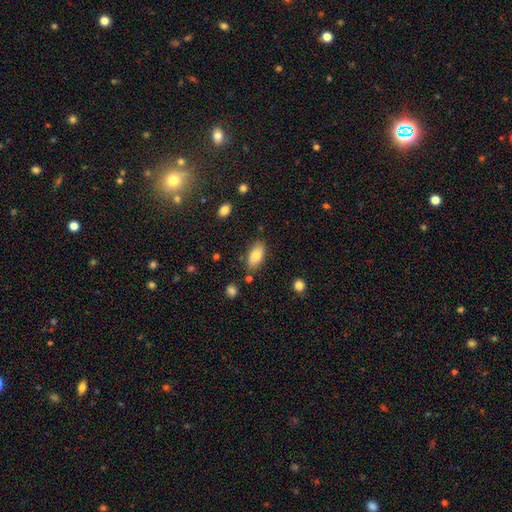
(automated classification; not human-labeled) Smooth or featured?
  - smooth: 80% *
  - featured or disk: 13%
  - star or artifact: 7%
How rounded?
  - in between: 91% *
  - cigar-shaped: 6%
  - round: 3%
Merging?
  - none: 80% *
  - minor disturbance: 13%
  - merger: 4%
  - major disturbance: 3%